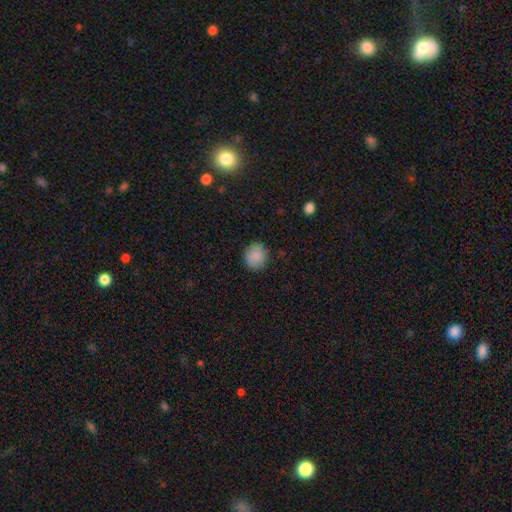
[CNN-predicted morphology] Smooth or featured?
  - smooth: 88% *
  - star or artifact: 8%
  - featured or disk: 4%
How rounded?
  - round: 76% *
  - in between: 23%
  - cigar-shaped: 1%
Merging?
  - none: 87% *
  - minor disturbance: 9%
  - major disturbance: 2%
  - merger: 1%